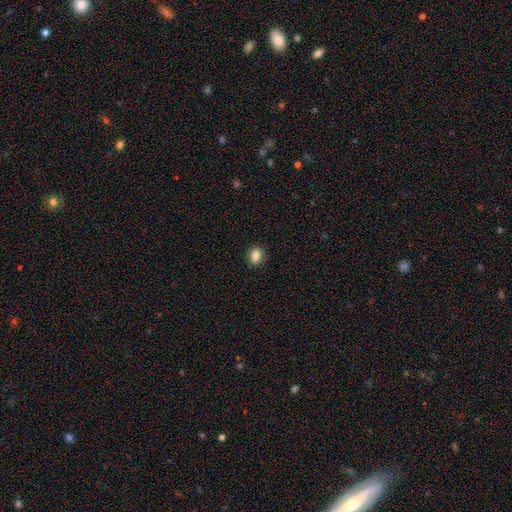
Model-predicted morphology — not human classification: Smooth or featured: smooth — 84% (star or artifact — 10%)
How rounded: round — 51% (in between — 48%)
Merging: none — 90% (minor disturbance — 7%)